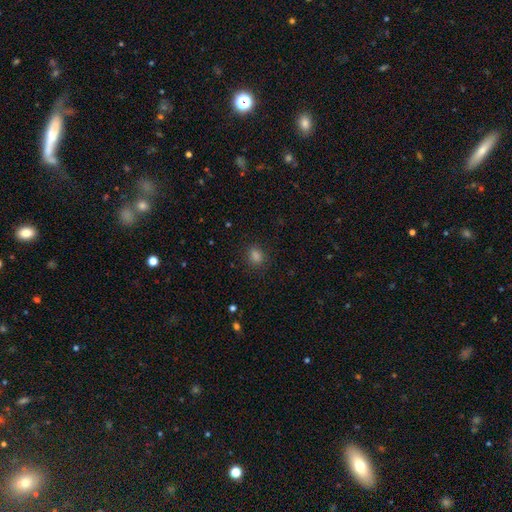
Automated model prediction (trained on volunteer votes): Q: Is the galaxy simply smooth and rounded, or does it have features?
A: smooth — 79%.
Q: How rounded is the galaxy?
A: round — 54%.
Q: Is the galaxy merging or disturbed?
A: none — 87%.